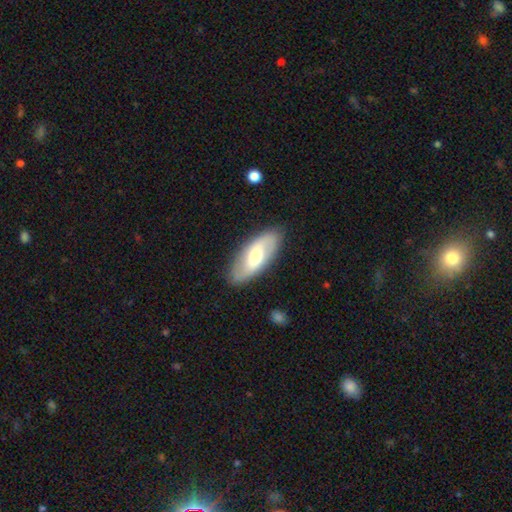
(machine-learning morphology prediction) A featured or disk galaxy (56%) with a weak bar (47%), spiral arms (77%) and a moderate central bulge (61%).

Vote fractions:
- Smooth or featured? featured or disk: 56% / smooth: 38% / star or artifact: 5%
- Edge-on disk? no: 89% / yes: 11%
- Bar? weak: 47% / no: 32% / strong: 21%
- Spiral arms? yes: 77% / no: 23%
- Bulge size? moderate: 61% / large: 21% / small: 14% / none: 2% / dominant: 2%
- Merging? none: 85% / minor disturbance: 10% / major disturbance: 3% / merger: 1%